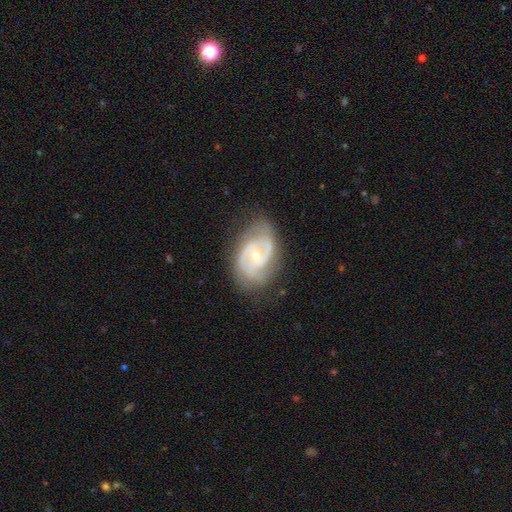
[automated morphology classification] Overall: featured or disk (87%). Edge-on disk: no (97%). Bar: no (48%; weak 41%). Spiral arms: yes (95%). Spiral arm count: 2 (74%). Spiral winding: medium (45%; tight 44%). Bulge size: moderate (49%; small 48%). Merging: none (73%).